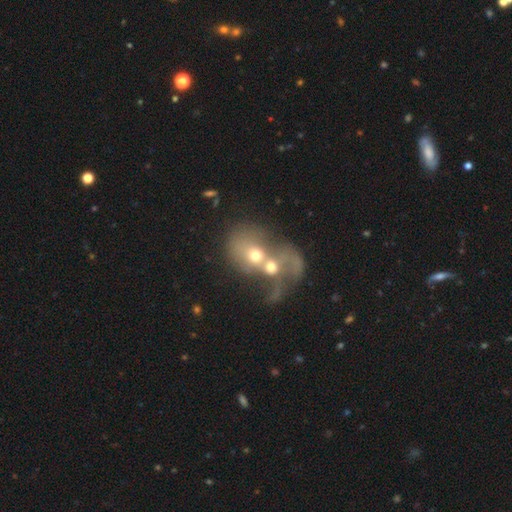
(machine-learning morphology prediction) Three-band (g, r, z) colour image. It shows a featured or disk galaxy (45%). Merging: merger (82%).